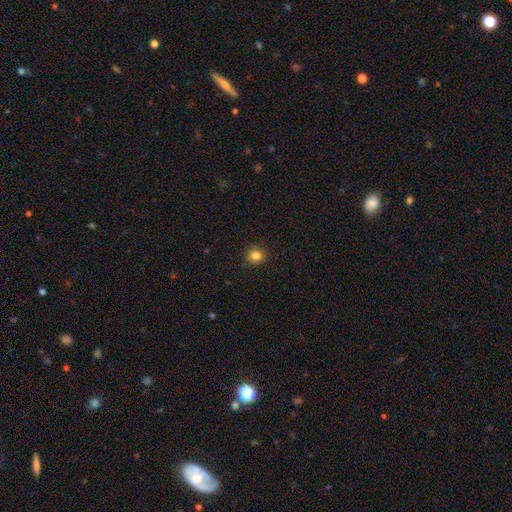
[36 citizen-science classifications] smooth_or_featured: smooth (p=0.89) [alt: star or artifact p=0.08]
how_rounded: round (p=0.97) [alt: in between p=0.03]
merging: none (p=0.91) [alt: major disturbance p=0.06]